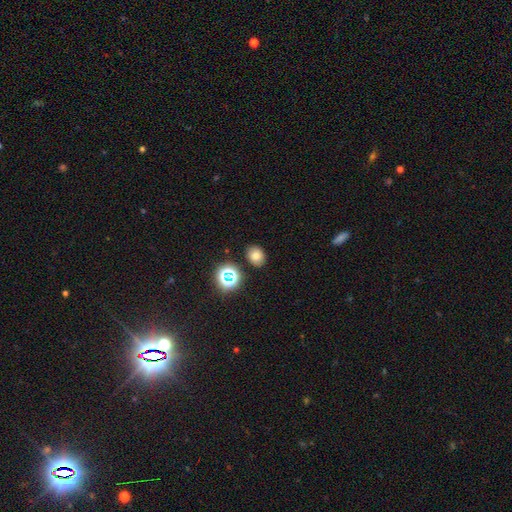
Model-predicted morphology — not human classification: This is likely a smooth galaxy (73%). How rounded: possibly round (50%, tied with in between). Merging: clearly none (86%).